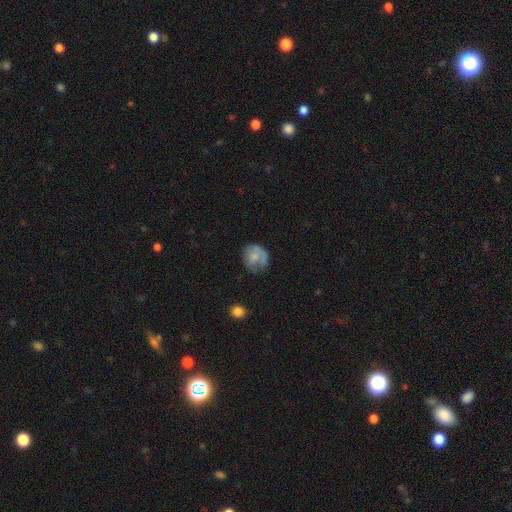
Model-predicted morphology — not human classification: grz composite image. It shows a smooth galaxy with no disk features (59%) that is round (71%). Merging: none (51%).